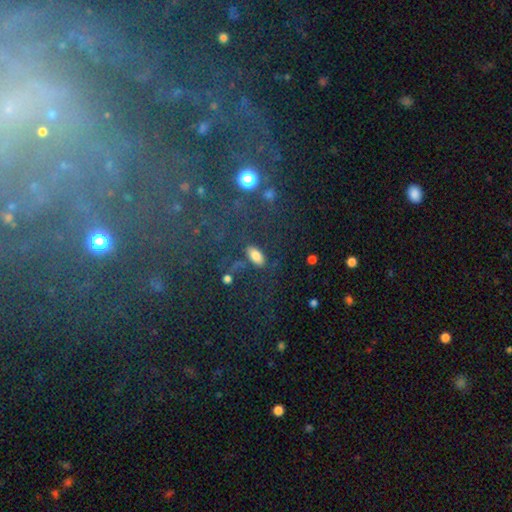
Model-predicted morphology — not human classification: Smooth or featured? smooth (77%)
How rounded? in between (88%)
Merging? none (74%)